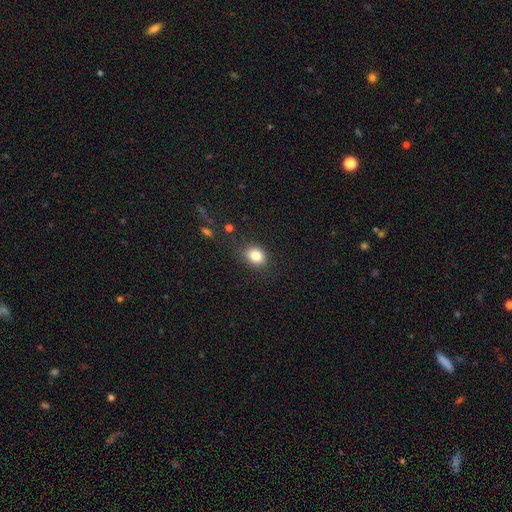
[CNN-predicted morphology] smooth-or-featured: smooth: 84% | star or artifact: 10% | featured or disk: 6%
  how-rounded: in between: 53% | round: 46% | cigar-shaped: 1%
  merging: none: 80% | minor disturbance: 14% | major disturbance: 4% | merger: 2%